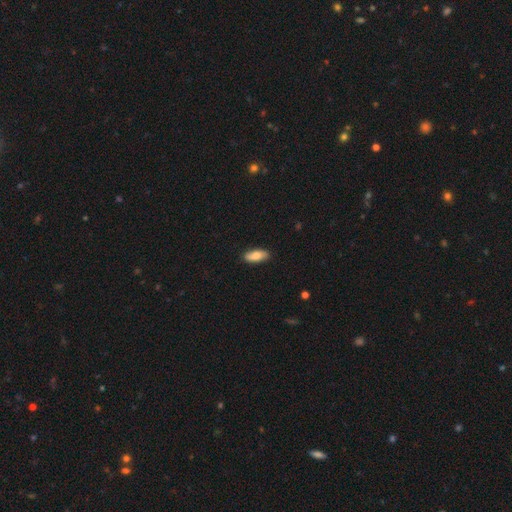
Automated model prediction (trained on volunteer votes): smooth-or-featured: smooth: 76% | featured or disk: 18% | star or artifact: 6%
  how-rounded: in between: 79% | cigar-shaped: 18% | round: 3%
  merging: none: 86% | minor disturbance: 11% | major disturbance: 2% | merger: 1%